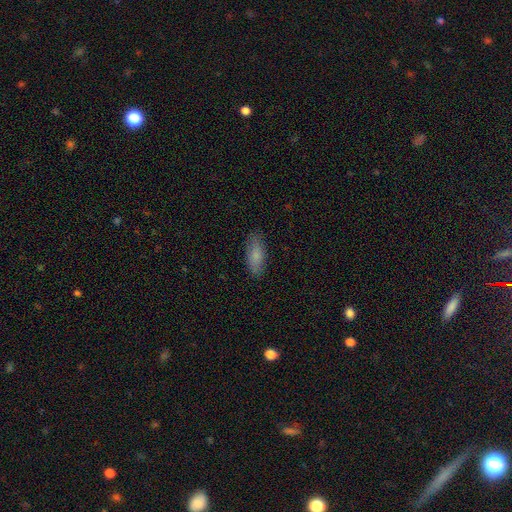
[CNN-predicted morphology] A smooth galaxy with no disk features (80%) that is in between round and cigar-shaped (73%).

Vote fractions:
- Smooth or featured? smooth: 80% / featured or disk: 14% / star or artifact: 7%
- How rounded? in between: 73% / cigar-shaped: 25% / round: 2%
- Merging? none: 85% / minor disturbance: 12% / major disturbance: 2% / merger: 1%